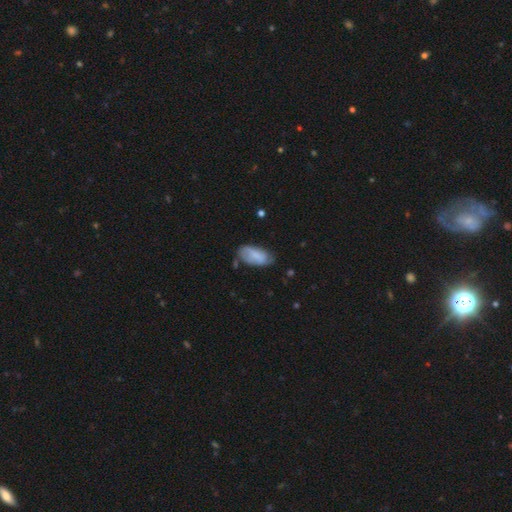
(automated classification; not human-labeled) Q: Smooth or featured?
A: smooth (73%); runner-up: featured or disk (20%)
Q: How rounded?
A: in between (92%); runner-up: cigar-shaped (5%)
Q: Merging?
A: none (58%); runner-up: minor disturbance (31%)